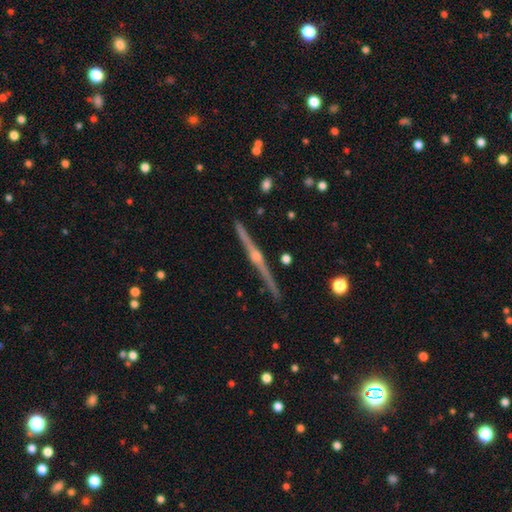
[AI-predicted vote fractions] A featured or disk galaxy (88%) viewed edge-on (99%) with a rounded central bulge (90%). Merging: none (91%).